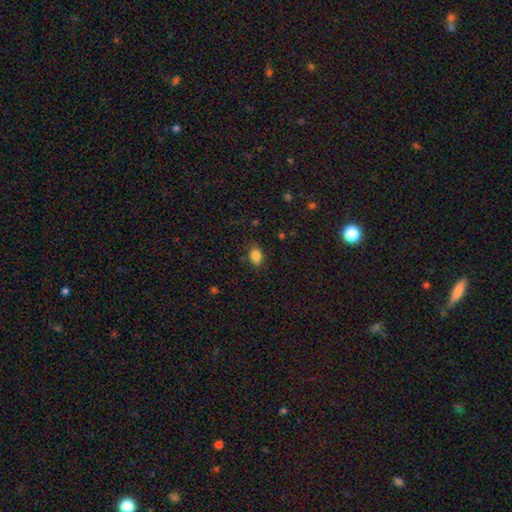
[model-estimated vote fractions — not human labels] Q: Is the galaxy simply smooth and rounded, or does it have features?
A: smooth — 84%.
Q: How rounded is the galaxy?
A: in between — 69%.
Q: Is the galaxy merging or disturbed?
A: none — 82%.